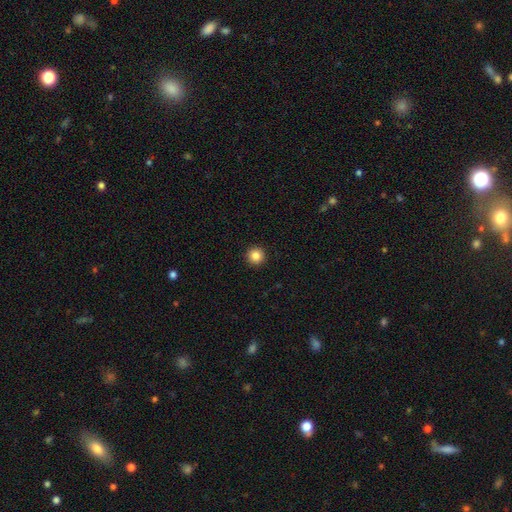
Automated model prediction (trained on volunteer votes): A smooth galaxy with no disk features (86%) that is round (96%).

Vote fractions:
- Smooth or featured? smooth: 86% / star or artifact: 10% / featured or disk: 4%
- How rounded? round: 96% / in between: 3% / cigar-shaped: 1%
- Merging? none: 94% / minor disturbance: 4% / major disturbance: 1% / merger: 1%